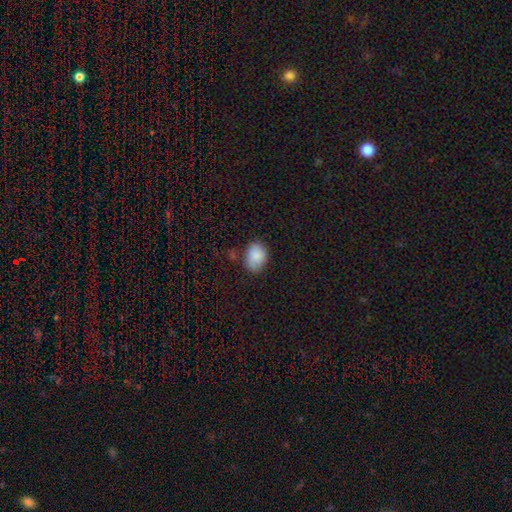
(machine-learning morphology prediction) smooth-or-featured: smooth: 86% | star or artifact: 7% | featured or disk: 6%
  how-rounded: in between: 69% | round: 30% | cigar-shaped: 1%
  merging: none: 66% | minor disturbance: 24% | major disturbance: 5% | merger: 5%